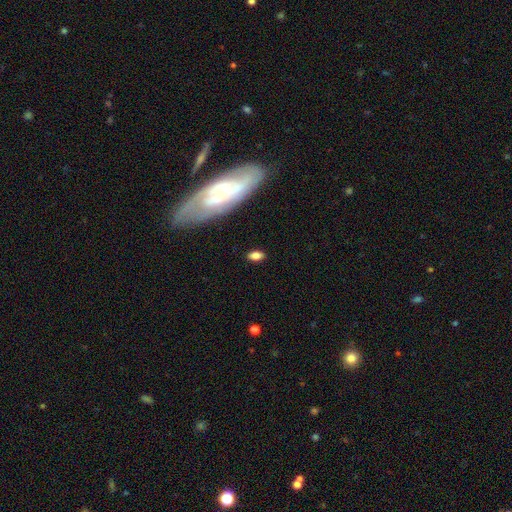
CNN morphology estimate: Smooth or featured? Predicted: smooth (p=0.78). How rounded? Predicted: in between (p=0.88). Merging? Predicted: none (p=0.83).